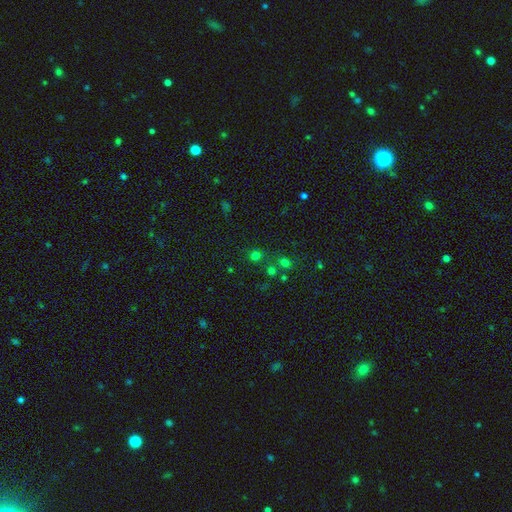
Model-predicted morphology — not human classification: This appears to be a smooth galaxy with no disk features (62%) that is round (86%). Merging: none (70%).